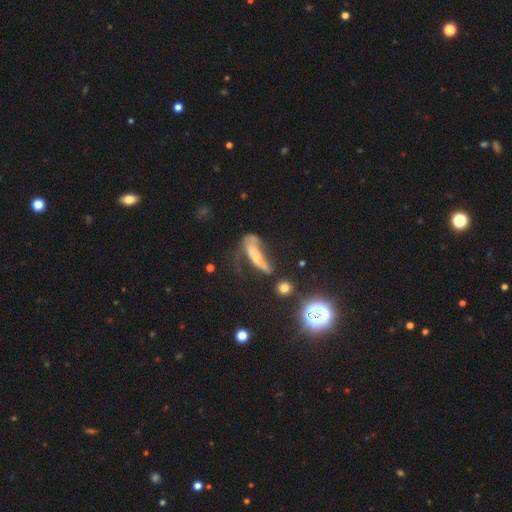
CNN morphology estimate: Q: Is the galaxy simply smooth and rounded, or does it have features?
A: smooth — 47%.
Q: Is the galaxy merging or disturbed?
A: major disturbance — 42%.